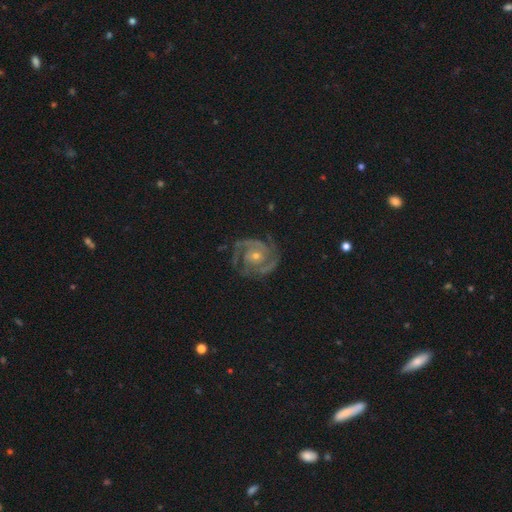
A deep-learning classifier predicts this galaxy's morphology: type=featured or disk (91%); edge-on=no (98%); bar=no (69%); spiral arms=yes (98%); winding=tight (60%); arm count=2 (51%); bulge=small (58%); merging=none (77%).